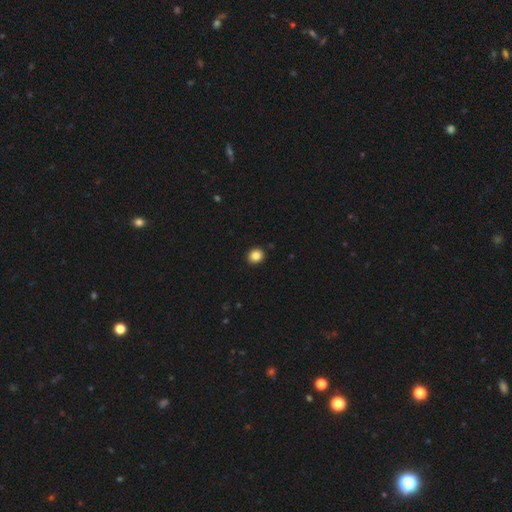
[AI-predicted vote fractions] Smooth or featured? Predicted: smooth (p=0.86). How rounded? Predicted: round (p=0.80). Merging? Predicted: none (p=0.92).